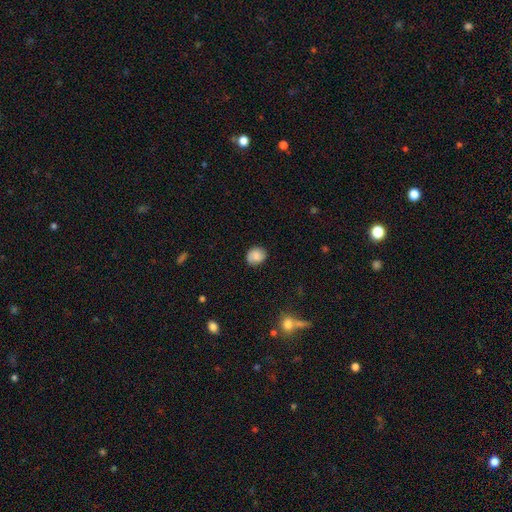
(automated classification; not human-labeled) This is likely a smooth galaxy (75%). How rounded: likely round (64%). Merging: likely none (79%).